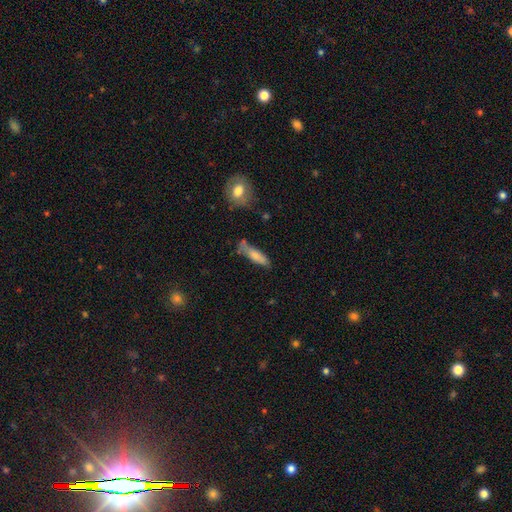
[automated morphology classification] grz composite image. It shows a smooth galaxy with no disk features (73%) that is cigar-shaped (65%). Merging: none (63%).